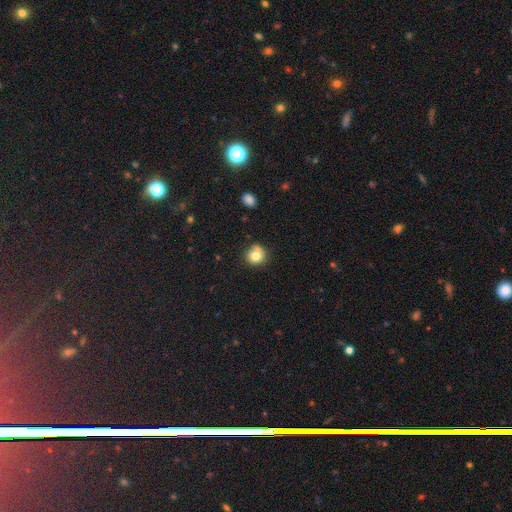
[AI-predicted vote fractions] Smooth or featured? smooth (79%)
How rounded? round (87%)
Merging? none (64%)